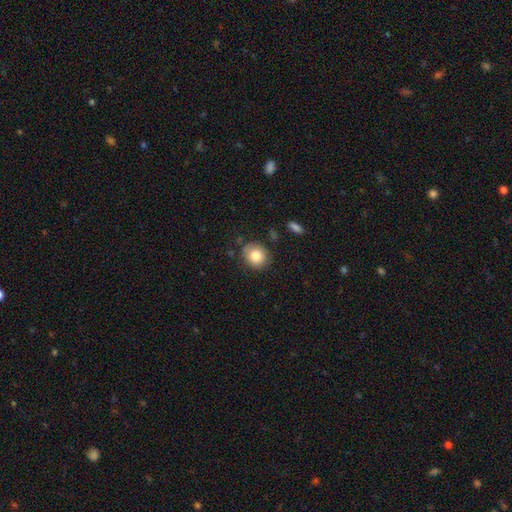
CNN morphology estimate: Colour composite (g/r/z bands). It shows a smooth galaxy with no disk features (82%) that is round (77%). Merging: none (81%).